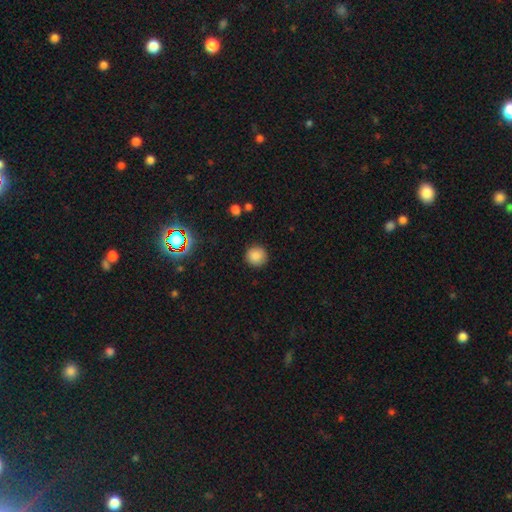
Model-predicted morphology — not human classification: Smooth or featured? smooth (84%)
How rounded? round (93%)
Merging? none (89%)